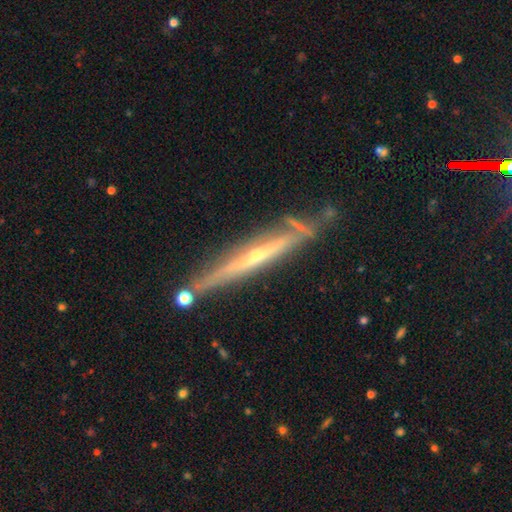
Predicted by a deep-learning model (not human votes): A featured or disk galaxy (80%) viewed edge-on (88%) with a rounded central bulge (58%). Merging: none (71%).